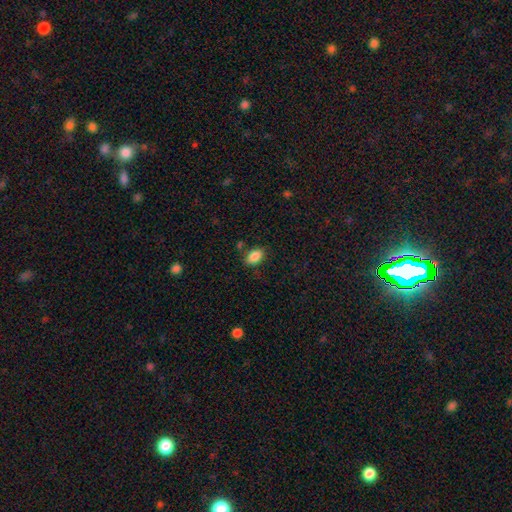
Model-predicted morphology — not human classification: A smooth galaxy with no disk features (87%) that is in between round and cigar-shaped (90%). Merging: none (78%).